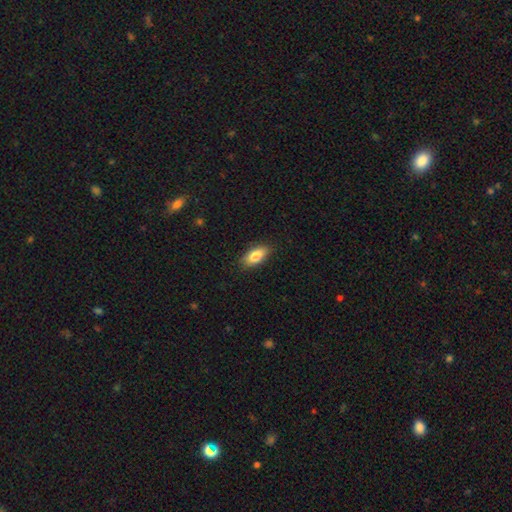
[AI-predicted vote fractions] This is clearly a smooth galaxy (85%). How rounded: clearly in between (86%). Merging: clearly none (85%).